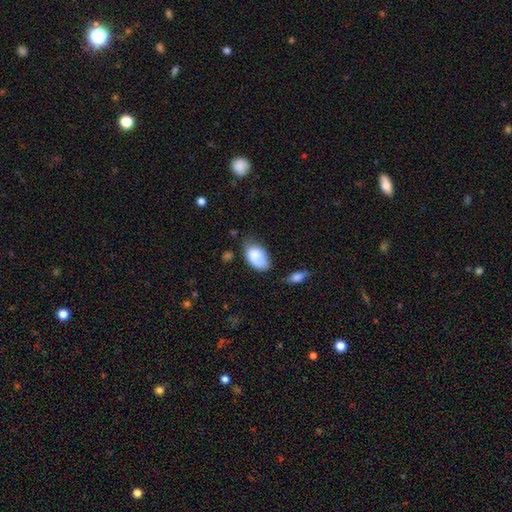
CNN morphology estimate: A smooth galaxy with no disk features (79%) that is in between round and cigar-shaped (91%).

Vote fractions:
- Smooth or featured? smooth: 79% / featured or disk: 14% / star or artifact: 7%
- How rounded? in between: 91% / round: 8% / cigar-shaped: 1%
- Merging? none: 45% / minor disturbance: 35% / major disturbance: 14% / merger: 6%